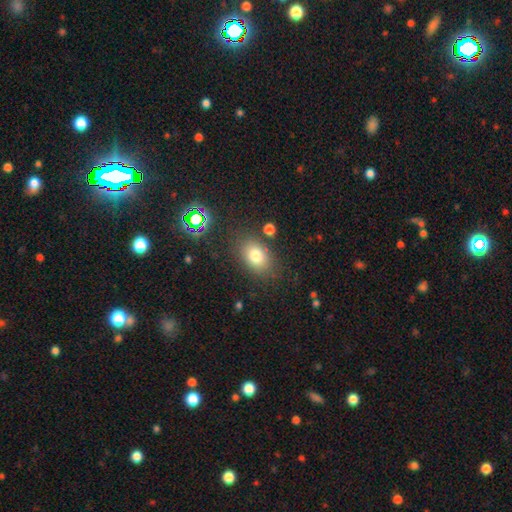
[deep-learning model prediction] Morphology: type=smooth (77%); roundness=in between (78%); merging=none (80%).